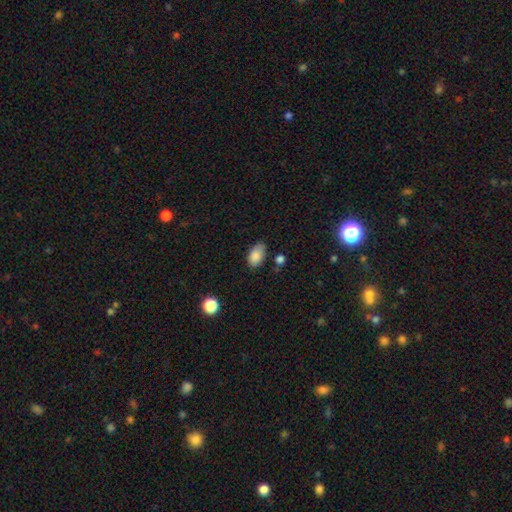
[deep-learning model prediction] This is clearly a smooth galaxy (86%). How rounded: clearly in between (92%). Merging: likely none (68%).